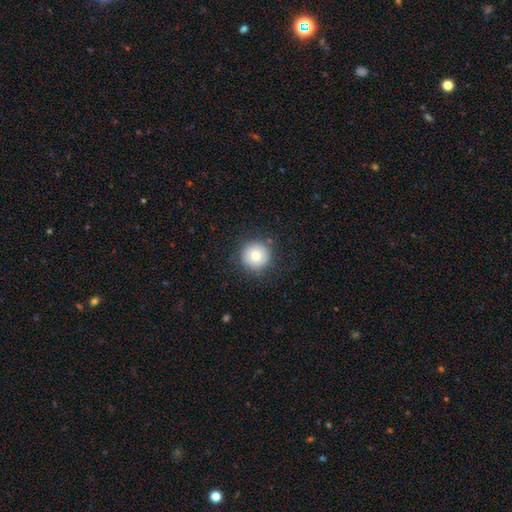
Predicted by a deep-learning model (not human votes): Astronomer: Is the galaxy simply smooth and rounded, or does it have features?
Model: smooth — 78%.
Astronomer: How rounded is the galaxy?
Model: round — 96%.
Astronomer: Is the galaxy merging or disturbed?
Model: none — 86%.